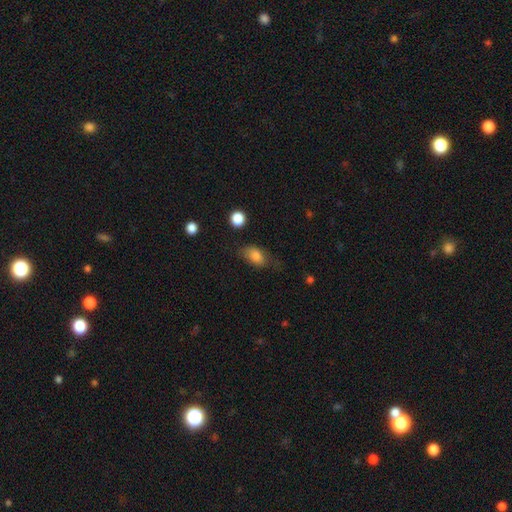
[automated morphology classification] Smooth or featured?
  - smooth: 81% *
  - featured or disk: 10%
  - star or artifact: 9%
How rounded?
  - in between: 85% *
  - round: 12%
  - cigar-shaped: 3%
Merging?
  - none: 59% *
  - minor disturbance: 27%
  - major disturbance: 11%
  - merger: 2%